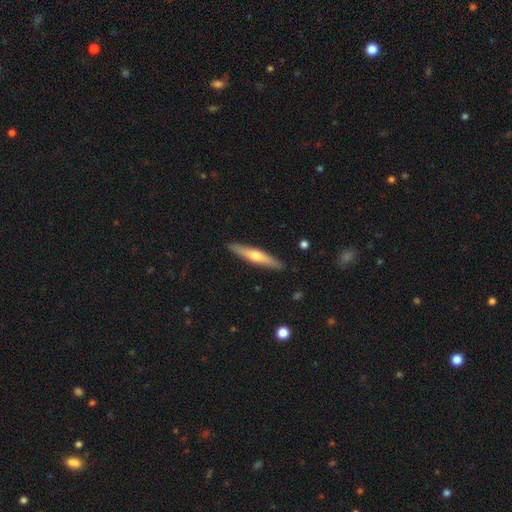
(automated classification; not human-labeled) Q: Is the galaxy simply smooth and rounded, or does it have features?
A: featured or disk — 49%.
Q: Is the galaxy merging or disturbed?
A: none — 90%.